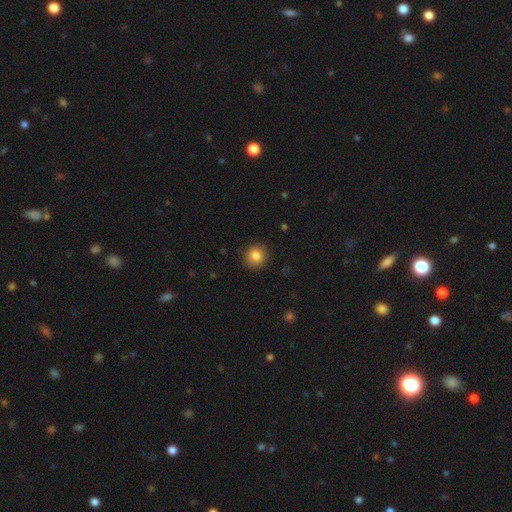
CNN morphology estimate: A smooth galaxy with no disk features (84%) that is round (88%).

Vote fractions:
- Smooth or featured? smooth: 84% / star or artifact: 10% / featured or disk: 6%
- How rounded? round: 88% / in between: 12% / cigar-shaped: 1%
- Merging? none: 89% / minor disturbance: 8% / major disturbance: 2% / merger: 1%